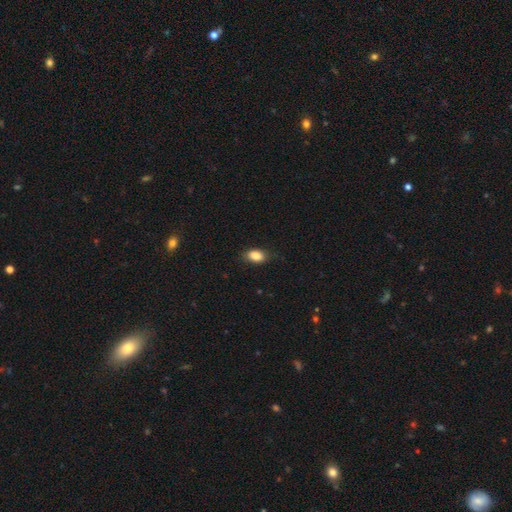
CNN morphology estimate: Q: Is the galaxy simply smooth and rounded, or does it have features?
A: smooth — 86%.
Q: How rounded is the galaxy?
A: in between — 86%.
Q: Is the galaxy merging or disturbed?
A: none — 79%.